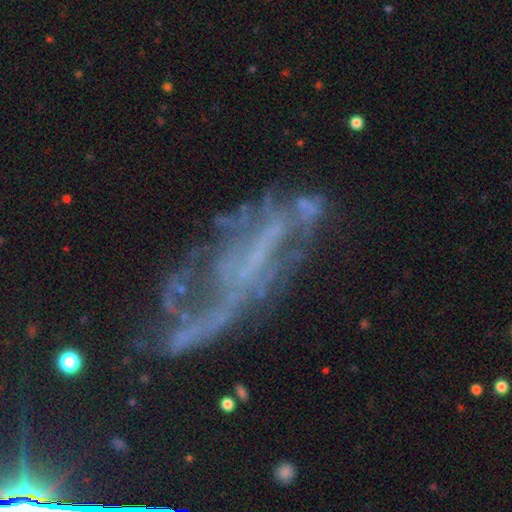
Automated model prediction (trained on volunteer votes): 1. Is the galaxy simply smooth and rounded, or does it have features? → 72% featured or disk, 15% star or artifact, 13% smooth.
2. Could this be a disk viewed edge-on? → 90% no, 10% yes.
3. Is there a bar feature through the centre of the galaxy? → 56% no, 25% weak, 19% strong.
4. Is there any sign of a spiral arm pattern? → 54% no, 46% yes.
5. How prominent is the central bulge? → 73% none, 17% small, 7% moderate, 2% large, 1% dominant.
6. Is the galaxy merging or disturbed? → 43% major disturbance, 31% none, 19% minor disturbance, 7% merger.